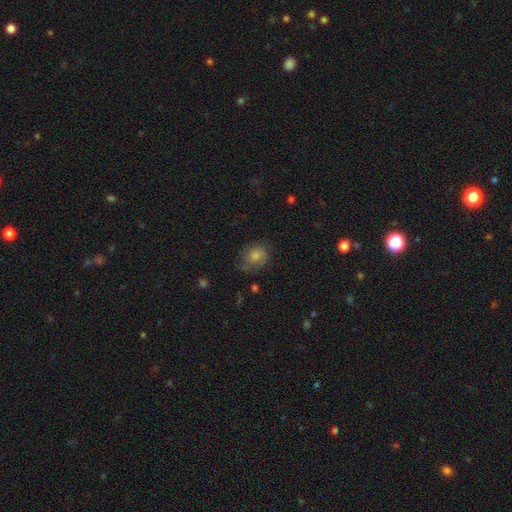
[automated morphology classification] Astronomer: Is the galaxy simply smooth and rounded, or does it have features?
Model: smooth — 75%.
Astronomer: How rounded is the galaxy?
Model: round — 65%.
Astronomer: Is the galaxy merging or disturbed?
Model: none — 62%.